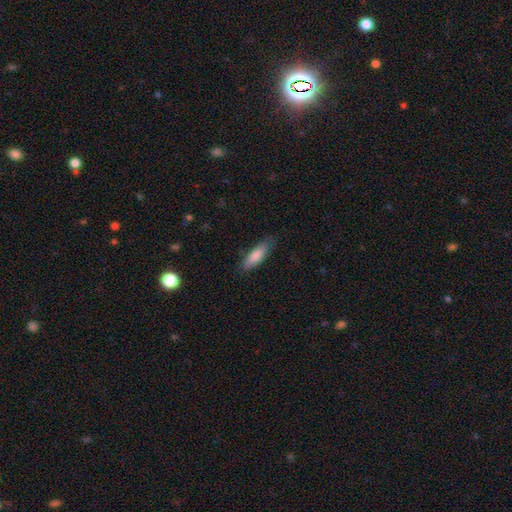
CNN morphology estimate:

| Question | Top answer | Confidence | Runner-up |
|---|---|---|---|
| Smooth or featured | smooth | 84% | featured or disk (11%) |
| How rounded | in between | 58% | cigar-shaped (41%) |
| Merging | none | 80% | minor disturbance (16%) |